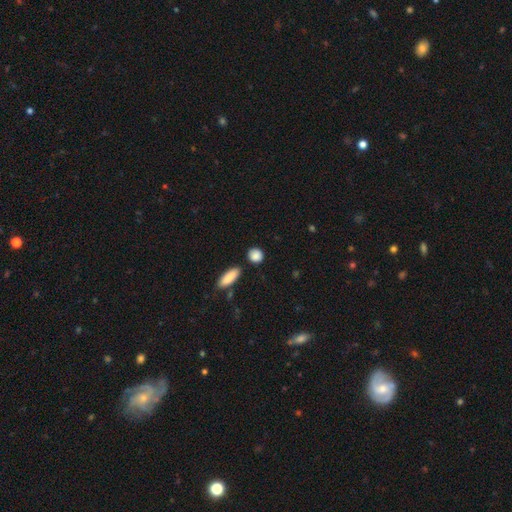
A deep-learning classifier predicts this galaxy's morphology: Smooth or featured? Predicted: smooth (p=0.88). How rounded? Predicted: round (p=0.73). Merging? Predicted: none (p=0.80).